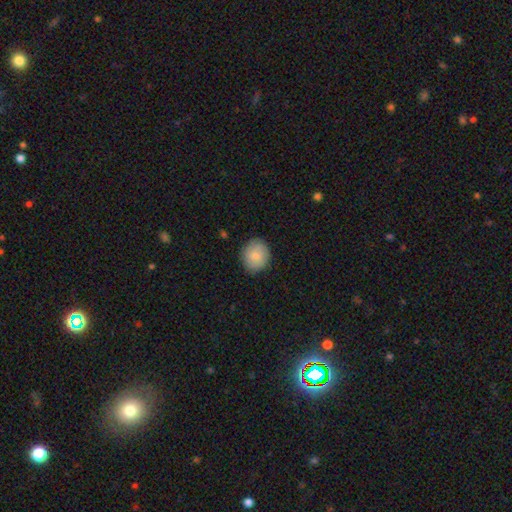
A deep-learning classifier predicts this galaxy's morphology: Smooth or featured? Predicted: smooth (p=0.84). How rounded? Predicted: round (p=0.72). Merging? Predicted: none (p=0.85).